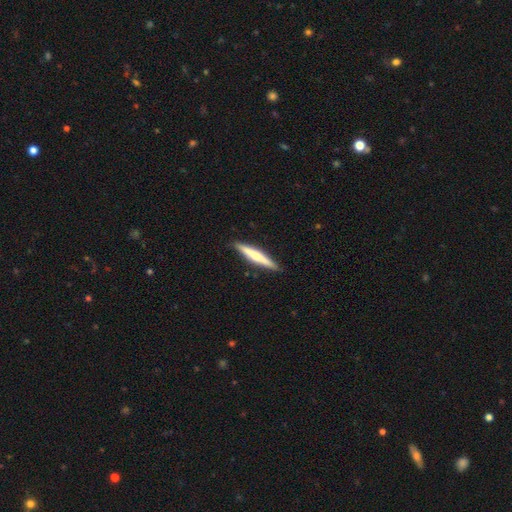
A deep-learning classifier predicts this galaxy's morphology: The model was most divided on "smooth or featured": featured or disk: 51%, smooth: 44%, star or artifact: 5%. More confident: edge-on disk — yes (97%); merging — none (90%).